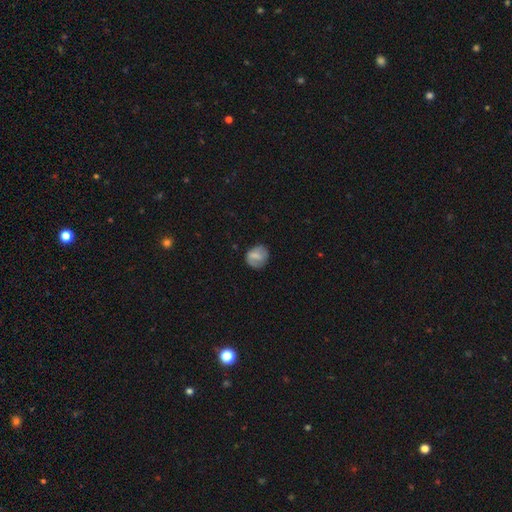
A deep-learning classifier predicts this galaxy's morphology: Smooth or featured: smooth — 65% (featured or disk — 27%)
How rounded: round — 75% (in between — 24%)
Merging: none — 74% (minor disturbance — 19%)